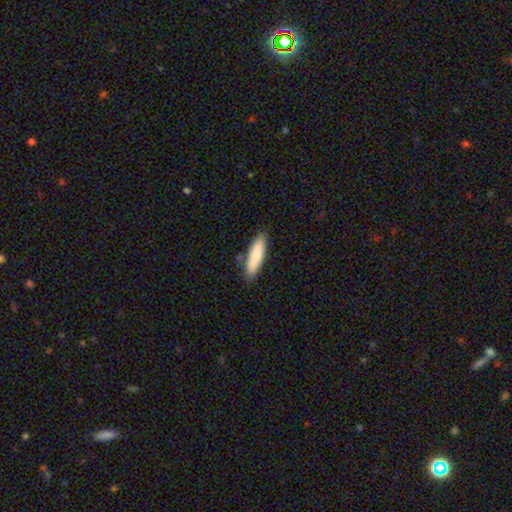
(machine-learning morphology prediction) type=smooth (84%); roundness=cigar-shaped (60%); merging=none (84%).